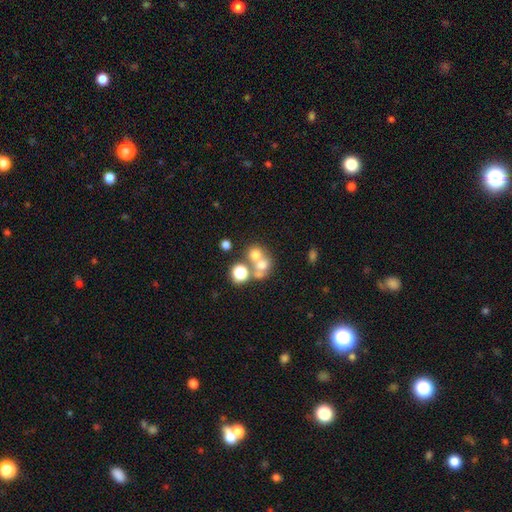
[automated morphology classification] This is likely a smooth galaxy (61%). How rounded: likely round (76%). Merging: possibly merger (48%).